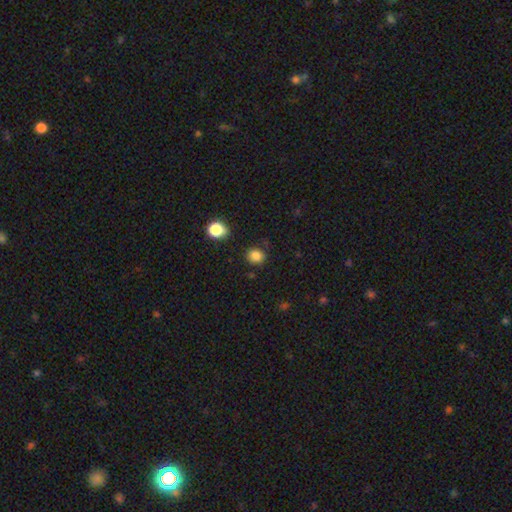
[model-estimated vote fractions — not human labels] Morphology: type=smooth (84%); roundness=round (80%); merging=none (82%).